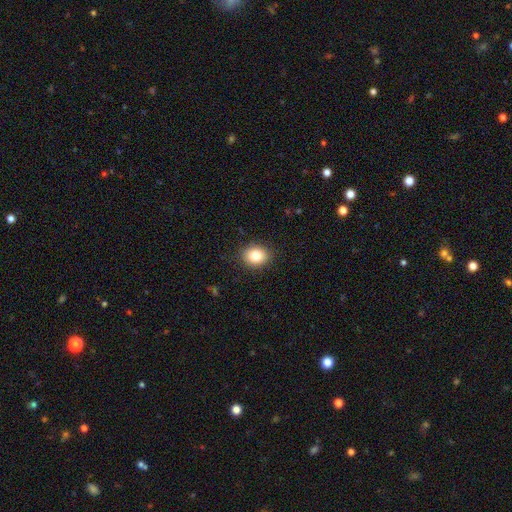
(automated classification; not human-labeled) A smooth galaxy with no disk features (83%) that is round (55%). Merging: none (88%).